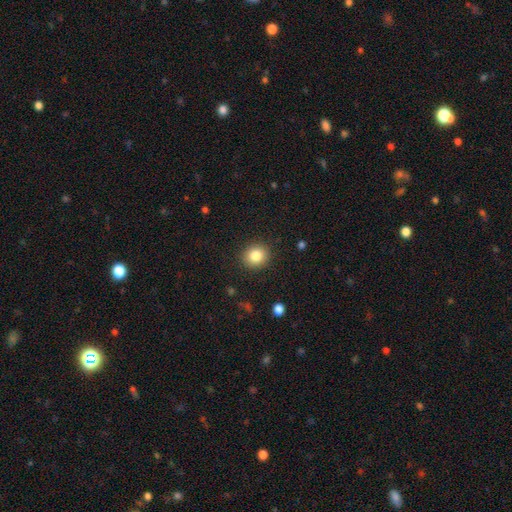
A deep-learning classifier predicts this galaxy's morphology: A smooth galaxy with no disk features (83%) that is round (81%). Merging: none (90%).